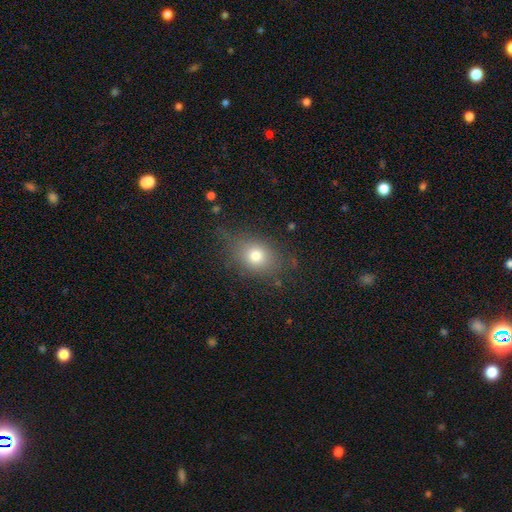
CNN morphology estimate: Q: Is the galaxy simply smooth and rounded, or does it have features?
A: smooth — 74%.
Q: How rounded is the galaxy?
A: in between — 49%, tied with round.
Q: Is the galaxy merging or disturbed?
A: none — 69%.